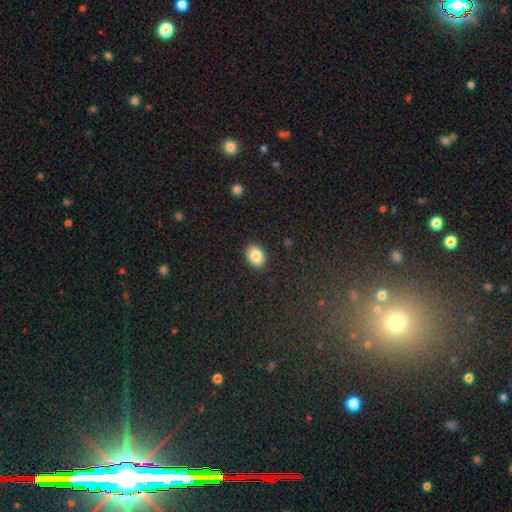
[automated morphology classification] type=smooth (85%); roundness=in between (77%); merging=none (89%).